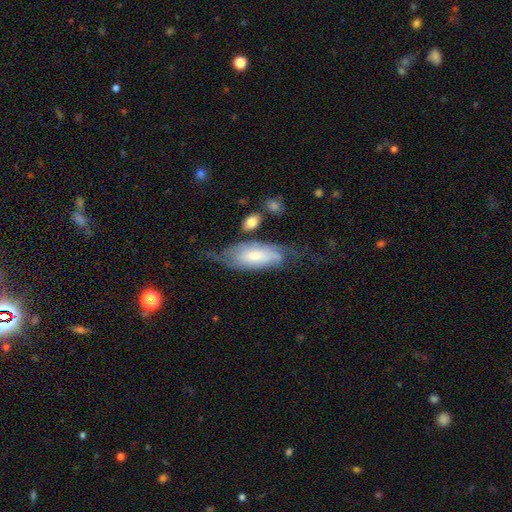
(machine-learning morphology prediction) Smooth or featured? Predicted: featured or disk (p=0.59). Edge-on disk? Predicted: no (p=0.85). Merging? Predicted: none (p=0.44).